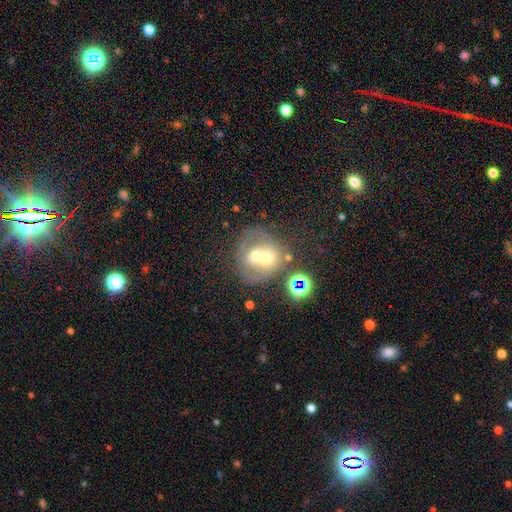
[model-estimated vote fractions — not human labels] Morphology: type=smooth (45%); merging=merger (61%).